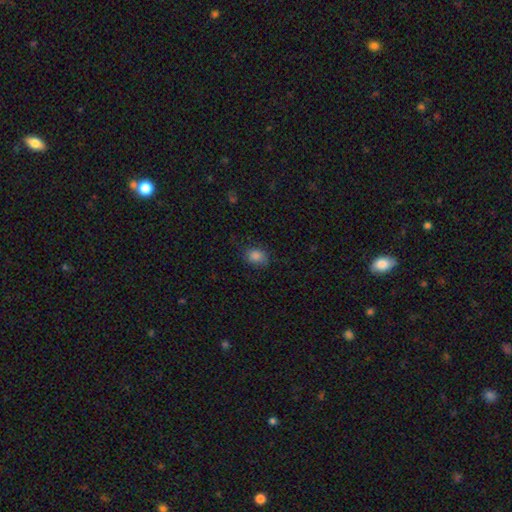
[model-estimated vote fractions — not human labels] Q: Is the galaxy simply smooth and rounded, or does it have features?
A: smooth — 84%.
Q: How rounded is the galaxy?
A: in between — 59%.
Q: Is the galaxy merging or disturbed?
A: none — 74%.